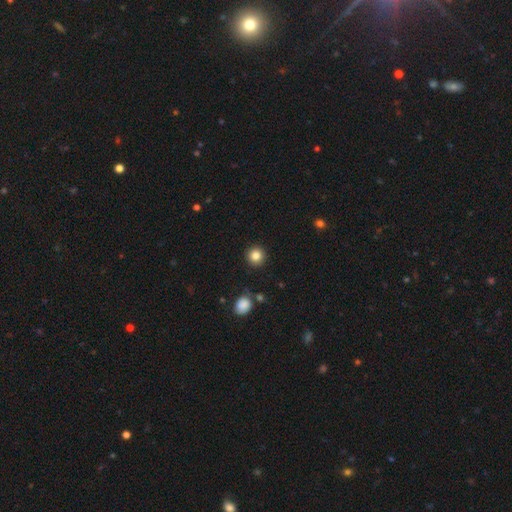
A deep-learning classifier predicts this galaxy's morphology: This is clearly a smooth galaxy (84%). How rounded: clearly round (93%). Merging: clearly none (91%).